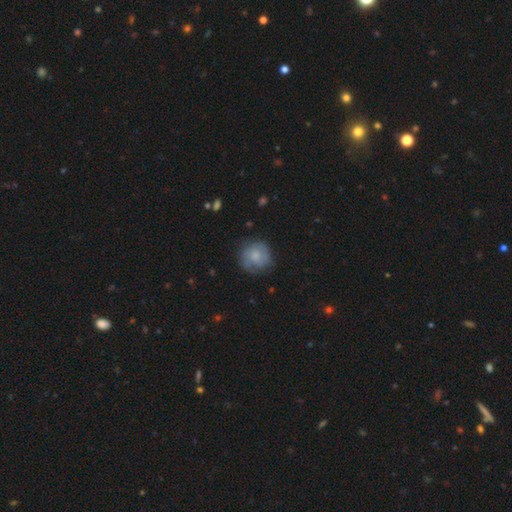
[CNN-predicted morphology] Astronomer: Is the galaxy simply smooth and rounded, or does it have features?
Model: smooth — 59%.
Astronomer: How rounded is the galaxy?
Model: round — 88%.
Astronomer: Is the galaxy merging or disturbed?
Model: none — 69%.